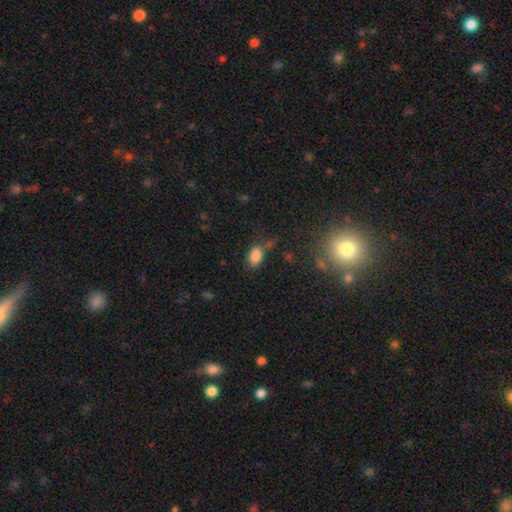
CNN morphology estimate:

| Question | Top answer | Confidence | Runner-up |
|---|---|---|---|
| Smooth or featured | smooth | 84% | star or artifact (11%) |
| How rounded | in between | 86% | round (12%) |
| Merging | none | 62% | minor disturbance (21%) |